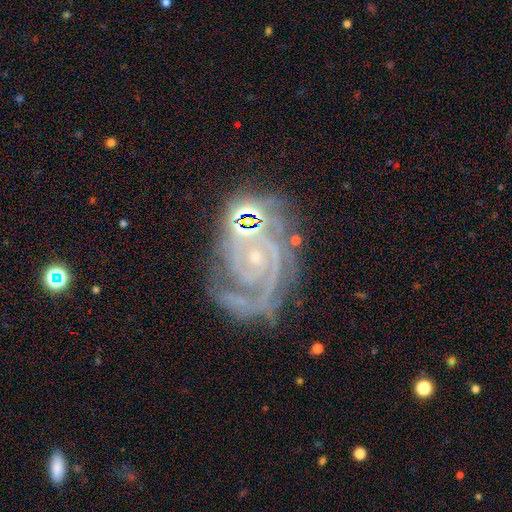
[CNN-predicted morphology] Q: Smooth or featured?
A: featured or disk (89%); runner-up: star or artifact (8%)
Q: Edge-on disk?
A: no (97%); runner-up: yes (3%)
Q: Bar?
A: no (70%); runner-up: weak (20%)
Q: Spiral arms?
A: yes (98%); runner-up: no (2%)
Q: Spiral winding?
A: tight (72%); runner-up: medium (24%)
Q: Spiral arm count?
A: 2 (41%); runner-up: 3 (25%)
Q: Bulge size?
A: small (83%); runner-up: moderate (12%)
Q: Merging?
A: none (62%); runner-up: minor disturbance (21%)